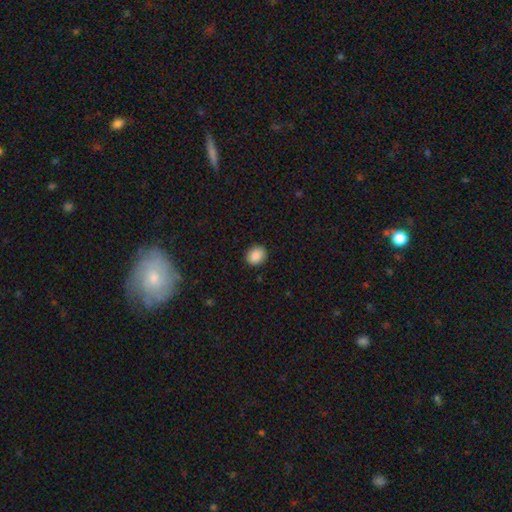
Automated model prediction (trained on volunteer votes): Smooth or featured? smooth (88%)
How rounded? round (68%)
Merging? none (89%)